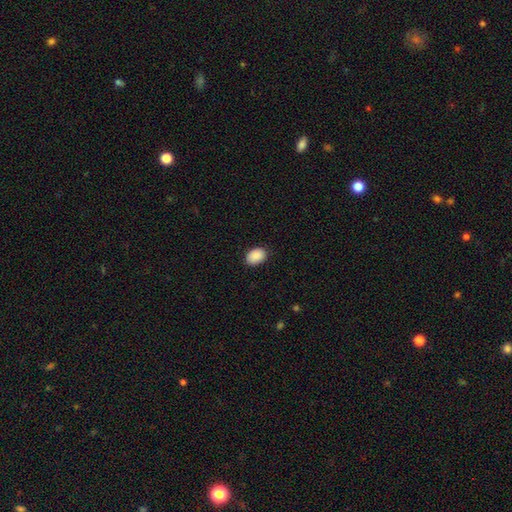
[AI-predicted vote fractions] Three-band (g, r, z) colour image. It shows a smooth galaxy with no disk features (90%) that is in between round and cigar-shaped (79%). Merging: none (87%).